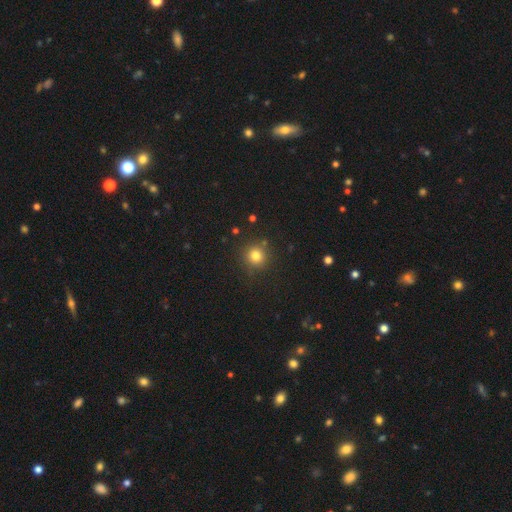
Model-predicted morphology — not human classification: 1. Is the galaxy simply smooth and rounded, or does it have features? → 79% smooth, 14% star or artifact, 6% featured or disk.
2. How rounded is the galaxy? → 93% round, 6% in between, 1% cigar-shaped.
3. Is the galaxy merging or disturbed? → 85% none, 8% minor disturbance, 3% merger, 3% major disturbance.